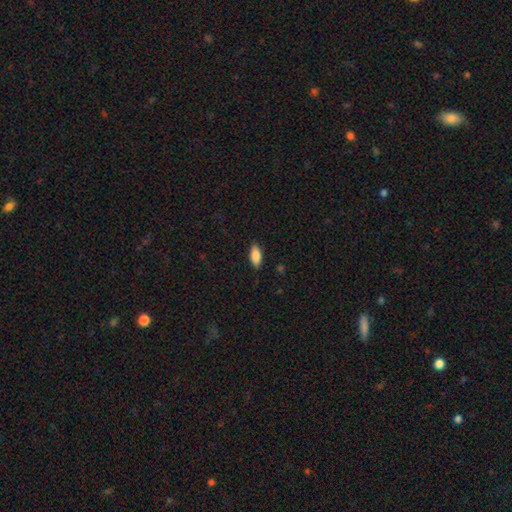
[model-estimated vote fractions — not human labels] Smooth or featured?
  - smooth: 84% *
  - featured or disk: 10%
  - star or artifact: 7%
How rounded?
  - in between: 82% *
  - cigar-shaped: 16%
  - round: 2%
Merging?
  - none: 87% *
  - minor disturbance: 10%
  - major disturbance: 2%
  - merger: 1%